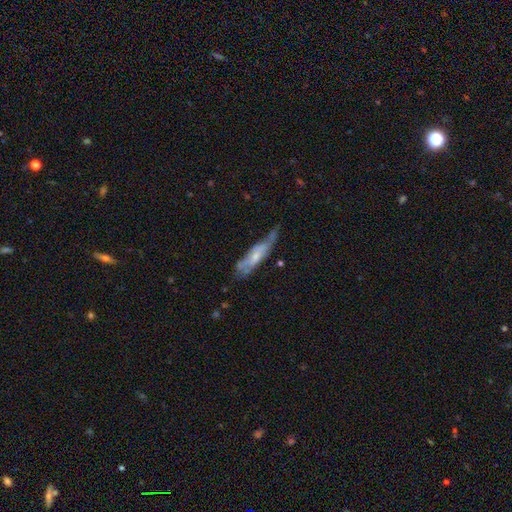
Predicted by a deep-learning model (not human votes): featured or disk 57%, smooth 37%, star or artifact 7%. Down the decision tree: edge-on disk — no (57%); merging — none (44%).